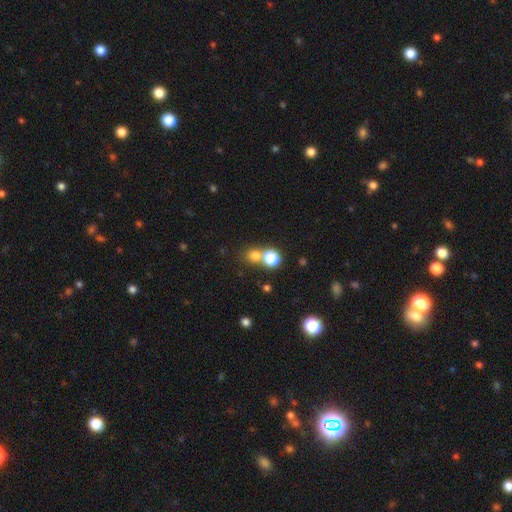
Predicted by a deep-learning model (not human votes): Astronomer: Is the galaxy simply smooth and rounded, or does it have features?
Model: smooth — 77%.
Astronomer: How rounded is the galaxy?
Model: round — 81%.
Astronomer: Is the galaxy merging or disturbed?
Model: none — 48% (runner-up: merger, 42%).